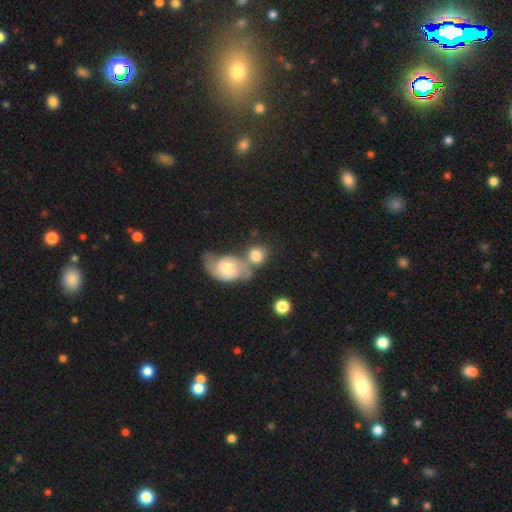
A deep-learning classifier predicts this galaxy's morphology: This is likely a smooth galaxy (68%). How rounded: likely round (68%). Merging: possibly merger (46%).